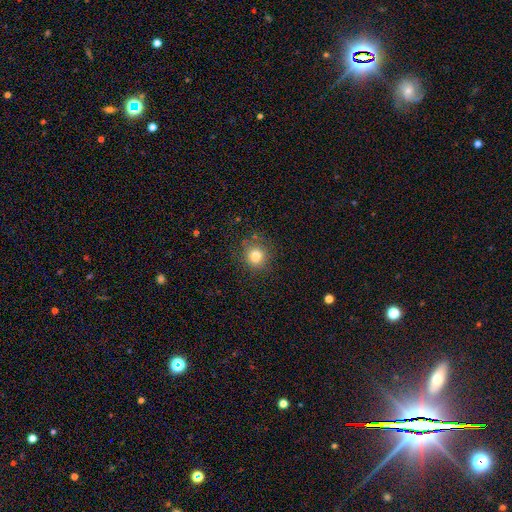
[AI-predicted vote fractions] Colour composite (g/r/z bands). It shows a smooth galaxy with no disk features (81%) that is round (85%). Merging: none (82%).